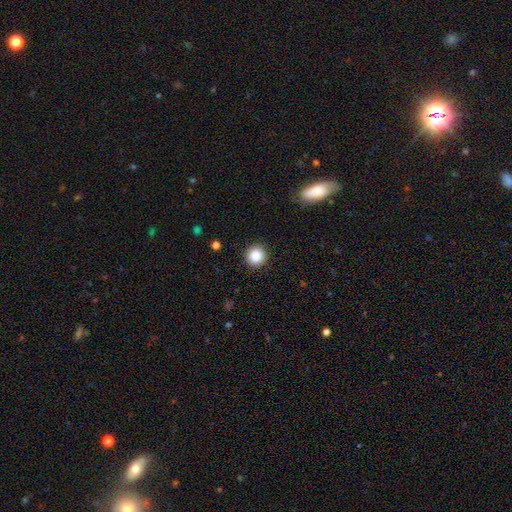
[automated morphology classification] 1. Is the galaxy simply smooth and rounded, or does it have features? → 86% smooth, 9% star or artifact, 4% featured or disk.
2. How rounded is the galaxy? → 93% round, 7% in between, 1% cigar-shaped.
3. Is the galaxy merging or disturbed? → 91% none, 6% minor disturbance, 2% major disturbance, 1% merger.